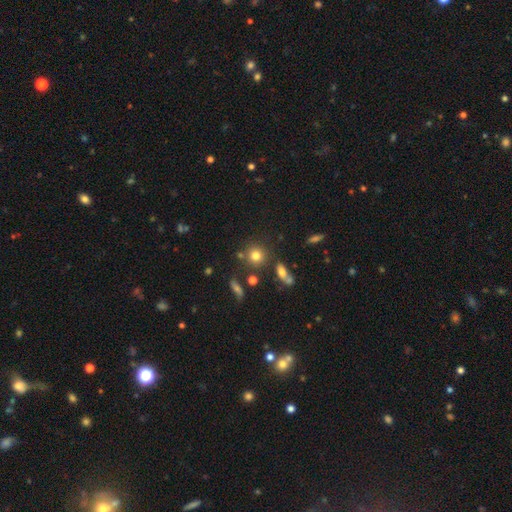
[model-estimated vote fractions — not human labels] Smooth or featured? Predicted: smooth (p=0.76). How rounded? Predicted: round (p=0.86). Merging? Predicted: none (p=0.74).